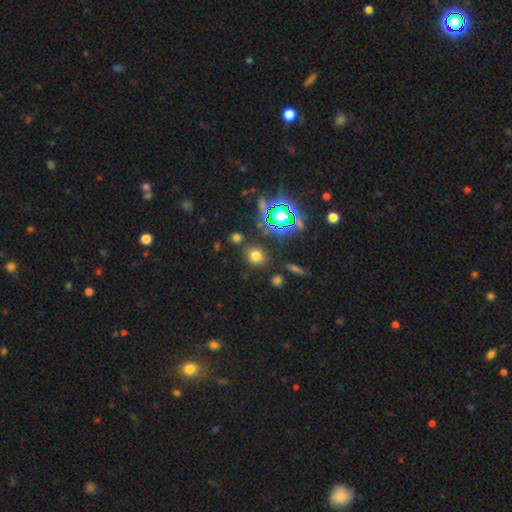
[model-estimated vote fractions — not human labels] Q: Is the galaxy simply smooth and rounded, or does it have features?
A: smooth — 68%.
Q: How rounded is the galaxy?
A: round — 62%.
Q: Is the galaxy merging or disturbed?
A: none — 82%.